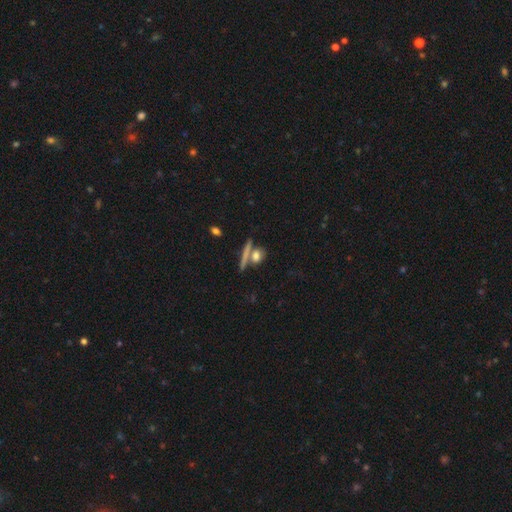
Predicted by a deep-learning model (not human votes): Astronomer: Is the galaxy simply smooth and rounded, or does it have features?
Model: smooth — 70%.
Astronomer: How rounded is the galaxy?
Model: in between — 38% (runner-up: round, 35%).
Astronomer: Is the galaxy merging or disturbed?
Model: none — 56%.